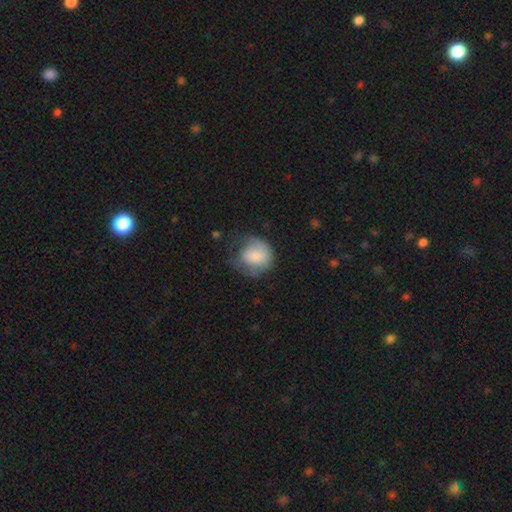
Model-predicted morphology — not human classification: Smooth or featured: smooth — 73% (featured or disk — 20%)
How rounded: round — 75% (in between — 24%)
Merging: none — 38% (minor disturbance — 32%)